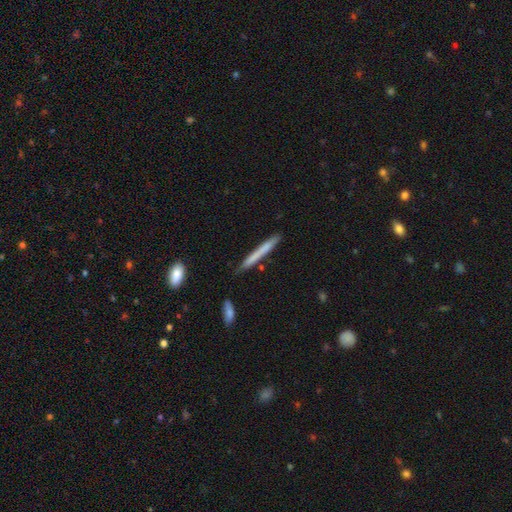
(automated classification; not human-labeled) smooth 67%, featured or disk 28%, star or artifact 6%. Down the decision tree: how rounded — cigar-shaped (96%); merging — none (83%).